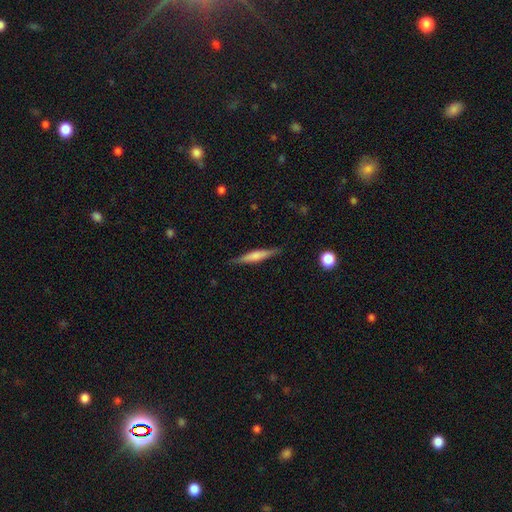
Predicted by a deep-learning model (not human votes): A smooth galaxy with no disk features (49%).

Vote fractions:
- Smooth or featured? smooth: 49% / featured or disk: 45% / star or artifact: 6%
- Merging? none: 87% / minor disturbance: 10% / major disturbance: 2% / merger: 1%